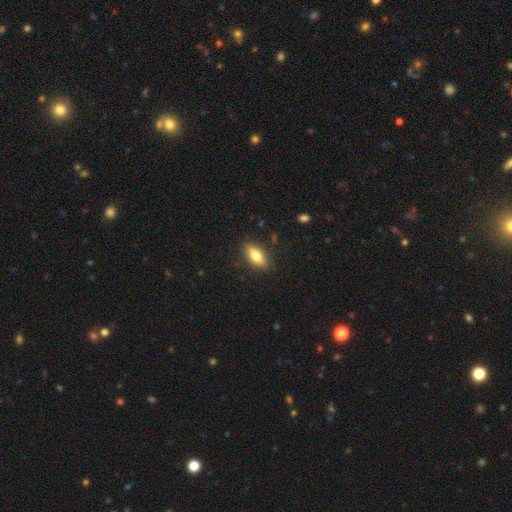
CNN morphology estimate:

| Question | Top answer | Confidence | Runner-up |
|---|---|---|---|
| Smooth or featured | smooth | 75% | featured or disk (18%) |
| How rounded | in between | 79% | cigar-shaped (18%) |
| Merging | none | 85% | minor disturbance (11%) |